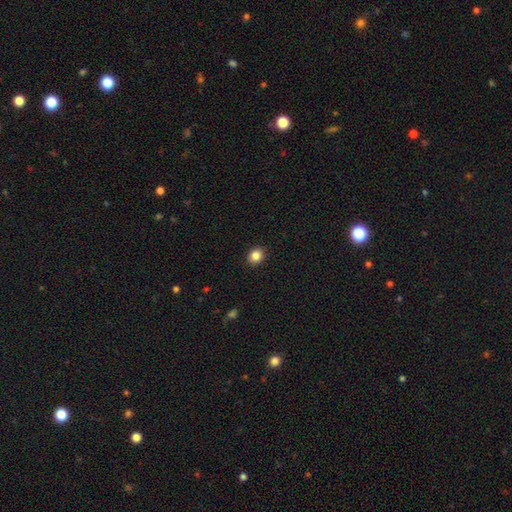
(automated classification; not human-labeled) A smooth galaxy with no disk features (85%) that is round (68%).

Vote fractions:
- Smooth or featured? smooth: 85% / star or artifact: 10% / featured or disk: 4%
- How rounded? round: 68% / in between: 31% / cigar-shaped: 1%
- Merging? none: 91% / minor disturbance: 6% / major disturbance: 2% / merger: 1%